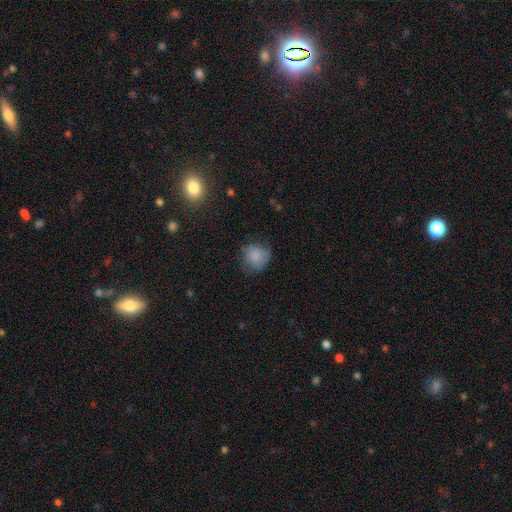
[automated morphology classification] Smooth or featured?
  - smooth: 83% *
  - star or artifact: 9%
  - featured or disk: 8%
How rounded?
  - round: 83% *
  - in between: 16%
  - cigar-shaped: 1%
Merging?
  - none: 62% *
  - minor disturbance: 28%
  - major disturbance: 9%
  - merger: 1%